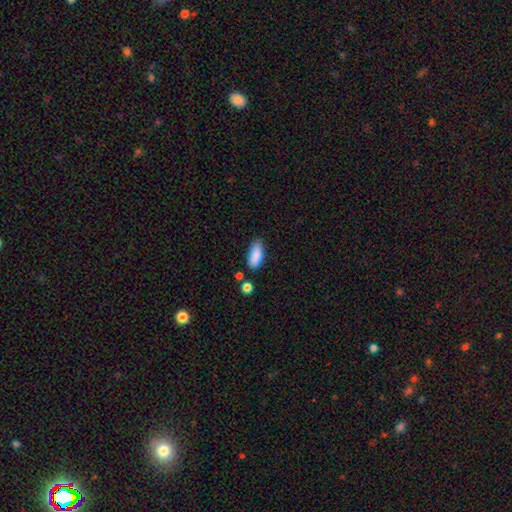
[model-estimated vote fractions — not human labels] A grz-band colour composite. It shows a smooth galaxy with no disk features (87%) that is in between round and cigar-shaped (82%). Merging: none (72%).